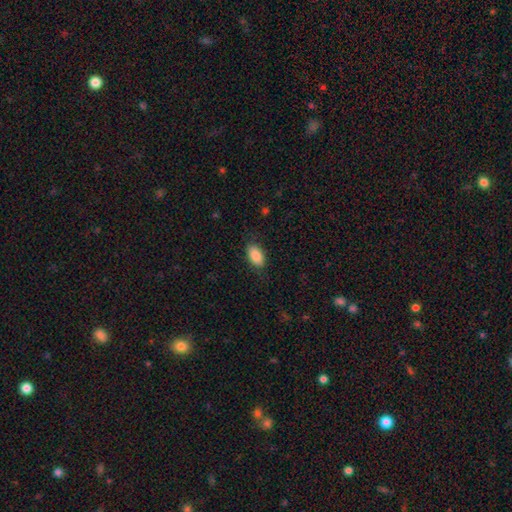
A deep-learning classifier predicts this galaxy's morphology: This appears to be a smooth galaxy with no disk features (87%) that is in between round and cigar-shaped (93%). Merging: none (83%).